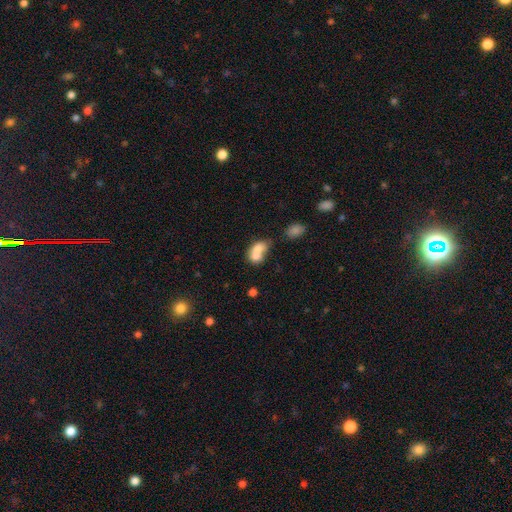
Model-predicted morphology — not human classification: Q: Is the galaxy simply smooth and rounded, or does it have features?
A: smooth — 71%.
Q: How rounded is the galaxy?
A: in between — 60%.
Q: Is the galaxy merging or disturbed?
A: merger — 70%.